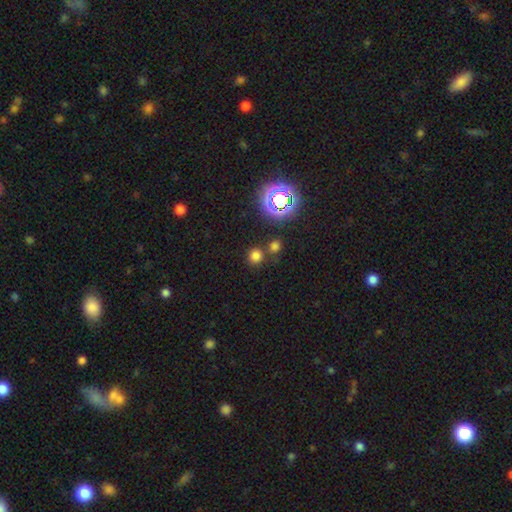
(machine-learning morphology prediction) Smooth or featured: smooth — 70% (star or artifact — 24%)
How rounded: round — 90% (in between — 9%)
Merging: none — 73% (merger — 16%)